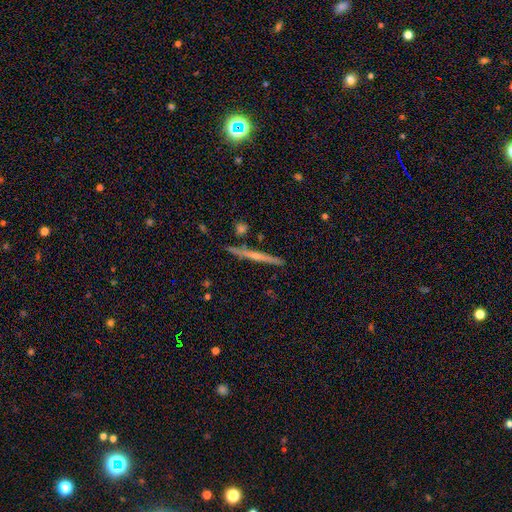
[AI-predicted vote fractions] A featured or disk galaxy (65%) viewed edge-on (97%) with a rounded central bulge (50%).

Vote fractions:
- Smooth or featured? featured or disk: 65% / smooth: 28% / star or artifact: 7%
- Edge-on disk? yes: 97% / no: 3%
- Edge-on bulge? rounded: 50% / none: 44% / boxy: 6%
- Merging? none: 88% / minor disturbance: 8% / merger: 3% / major disturbance: 2%